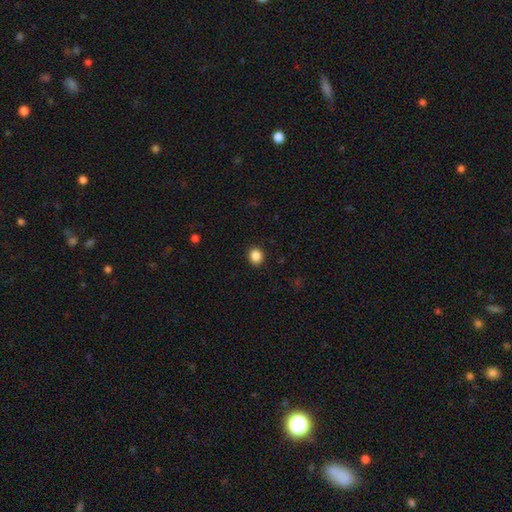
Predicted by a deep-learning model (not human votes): A smooth galaxy with no disk features (87%) that is round (78%).

Vote fractions:
- Smooth or featured? smooth: 87% / star or artifact: 10% / featured or disk: 3%
- How rounded? round: 78% / in between: 21% / cigar-shaped: 1%
- Merging? none: 91% / minor disturbance: 6% / major disturbance: 2% / merger: 1%